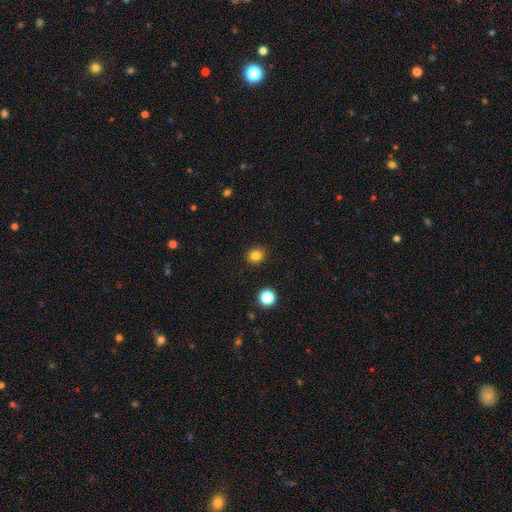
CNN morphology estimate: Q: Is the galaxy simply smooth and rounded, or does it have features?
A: smooth — 83%.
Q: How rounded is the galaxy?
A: round — 73%.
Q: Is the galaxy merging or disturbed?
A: none — 90%.